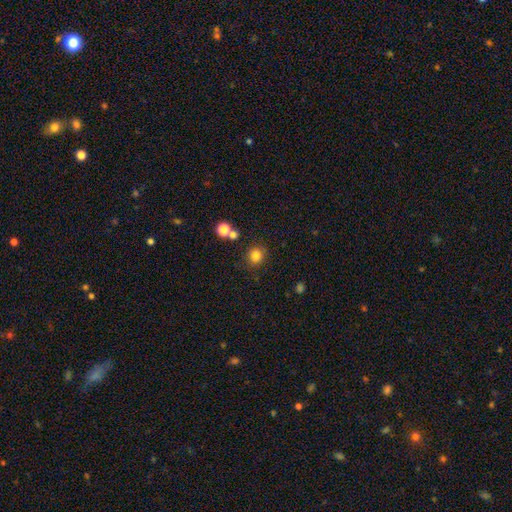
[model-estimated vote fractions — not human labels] Smooth or featured? Predicted: smooth (p=0.81). How rounded? Predicted: round (p=0.87). Merging? Predicted: none (p=0.81).